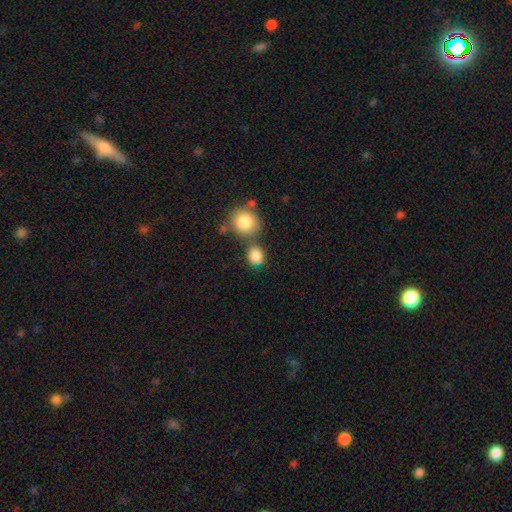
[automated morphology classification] smooth_or_featured: smooth (p=0.86) [alt: star or artifact p=0.09]
how_rounded: round (p=0.75) [alt: in between p=0.24]
merging: none (p=0.60) [alt: merger p=0.22]